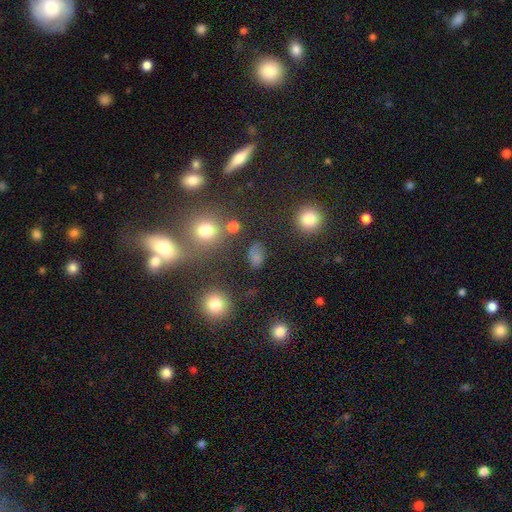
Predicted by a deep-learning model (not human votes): smooth_or_featured: smooth (p=0.71) [alt: star or artifact p=0.20]
how_rounded: in between (p=0.72) [alt: round p=0.26]
merging: none (p=0.74) [alt: minor disturbance p=0.15]